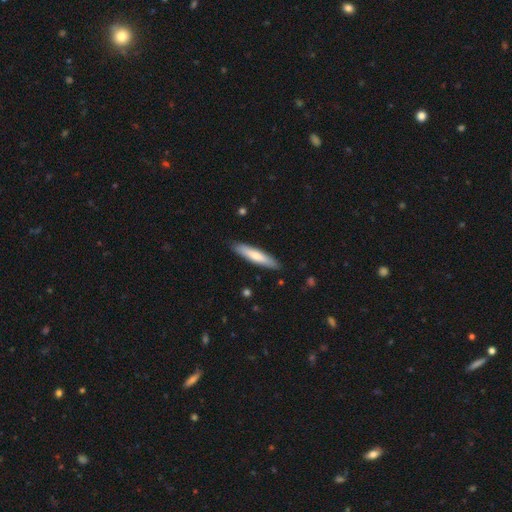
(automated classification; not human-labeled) smooth_or_featured: smooth (p=0.69) [alt: featured or disk p=0.26]
how_rounded: cigar-shaped (p=0.85) [alt: in between p=0.14]
merging: none (p=0.89) [alt: minor disturbance p=0.08]